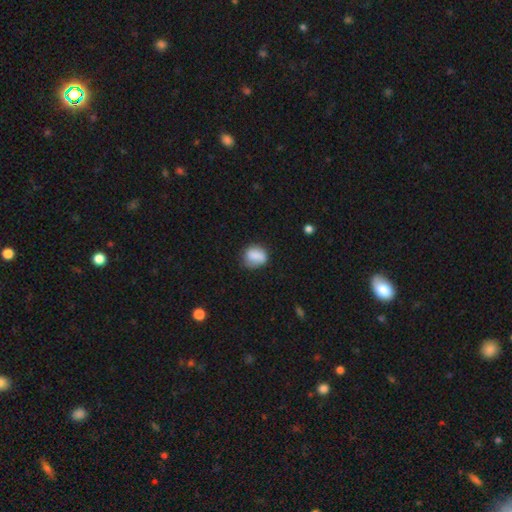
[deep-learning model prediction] smooth_or_featured: smooth (p=0.79) [alt: featured or disk p=0.13]
how_rounded: round (p=0.60) [alt: in between p=0.38]
merging: none (p=0.64) [alt: minor disturbance p=0.26]